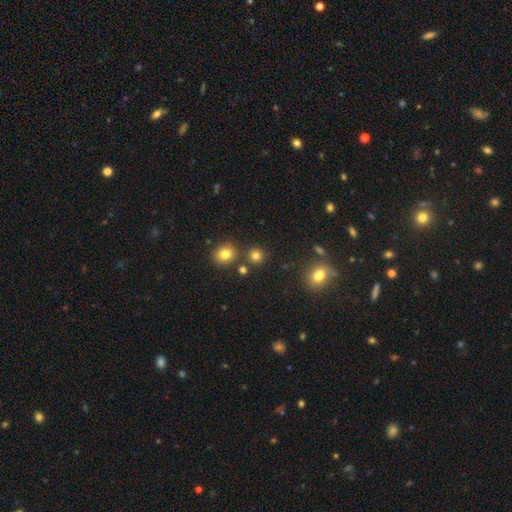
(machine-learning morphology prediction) Smooth or featured? smooth (79%)
How rounded? round (90%)
Merging? none (82%)